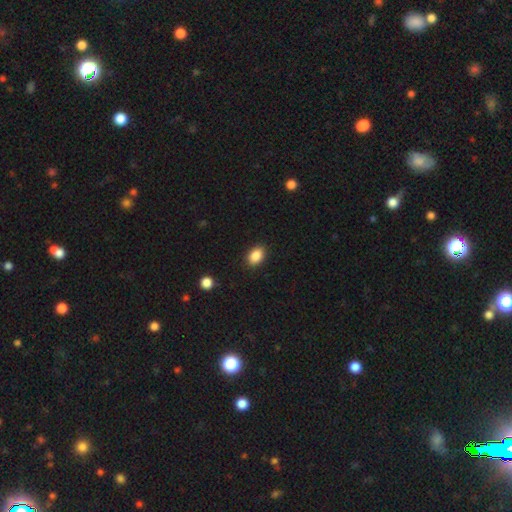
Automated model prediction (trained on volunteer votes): This is clearly a smooth galaxy (88%). How rounded: clearly in between (81%). Merging: clearly none (89%).